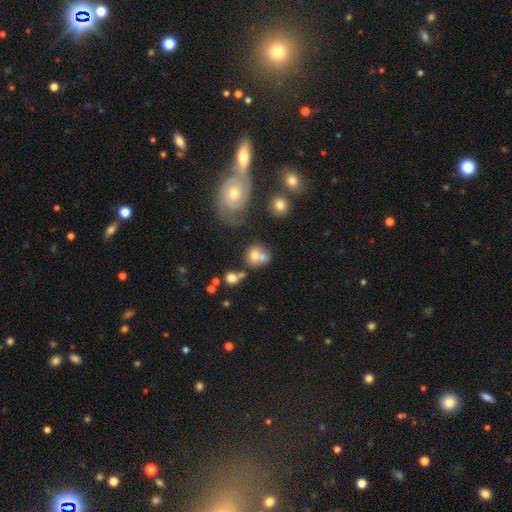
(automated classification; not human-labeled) A smooth galaxy with no disk features (69%) that is round (73%). Merging: merger (45%).